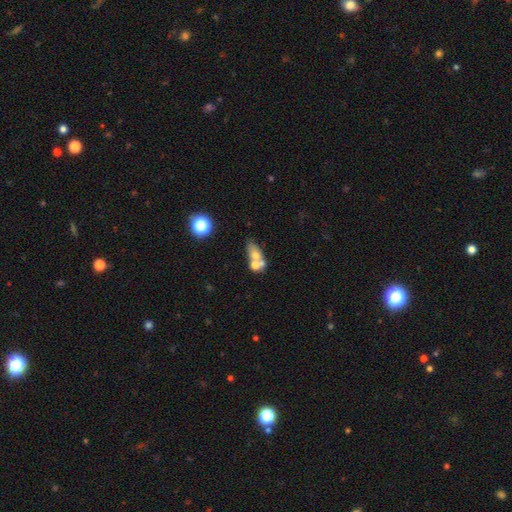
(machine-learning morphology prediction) Smooth or featured?
  - smooth: 56% *
  - featured or disk: 31%
  - star or artifact: 13%
How rounded?
  - in between: 65% *
  - round: 27%
  - cigar-shaped: 8%
Merging?
  - merger: 49% *
  - none: 34%
  - minor disturbance: 10%
  - major disturbance: 6%